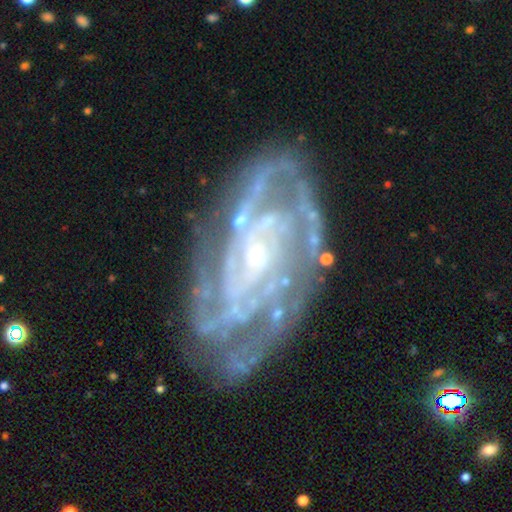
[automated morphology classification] type=featured or disk (88%); edge-on=no (95%); bar=no (61%); spiral arms=yes (95%); winding=tight (69%); arm count=can't tell (33%); bulge=small (66%); merging=none (72%).